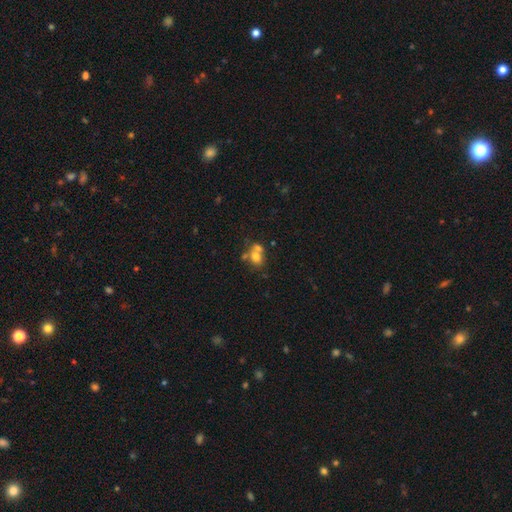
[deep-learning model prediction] Q: Smooth or featured?
A: smooth (68%); runner-up: featured or disk (18%)
Q: How rounded?
A: round (51%); runner-up: in between (48%)
Q: Merging?
A: merger (49%); runner-up: none (36%)